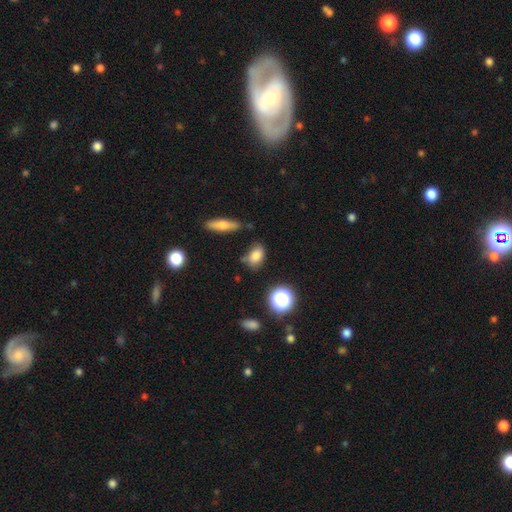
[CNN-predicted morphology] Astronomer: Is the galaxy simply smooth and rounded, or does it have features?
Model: smooth — 78%.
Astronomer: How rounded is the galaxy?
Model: in between — 81%.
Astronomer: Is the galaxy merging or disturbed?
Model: none — 62%.